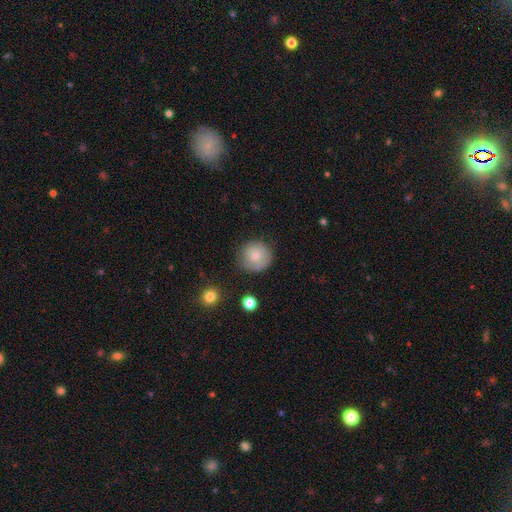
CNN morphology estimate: type=smooth (74%); roundness=round (93%); merging=none (80%).